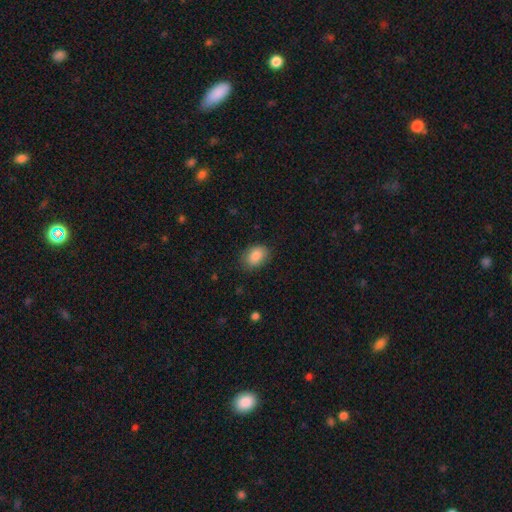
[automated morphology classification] Smooth or featured?
  - smooth: 87% *
  - star or artifact: 7%
  - featured or disk: 6%
How rounded?
  - in between: 82% *
  - round: 17%
  - cigar-shaped: 1%
Merging?
  - none: 81% *
  - minor disturbance: 14%
  - major disturbance: 3%
  - merger: 1%